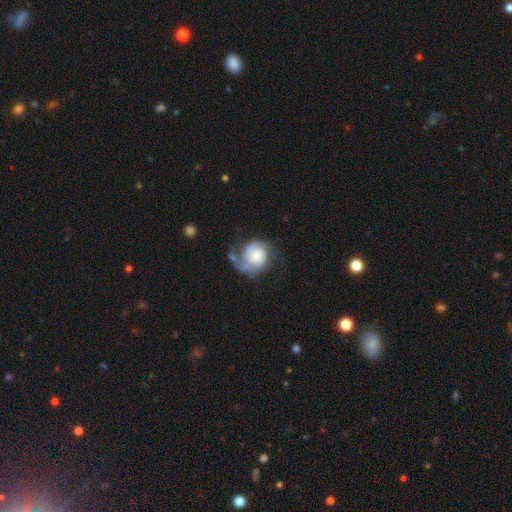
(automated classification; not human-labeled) Overall: featured or disk (63%; smooth 31%). Edge-on disk: no (98%). Bar: no (77%). Spiral arms: yes (88%). Spiral arm count: 2 (45%; 1 35%). Spiral winding: tight (38%; medium 36%). Bulge size: moderate (36%; small 29%). Merging: none (39%; major disturbance 31%).